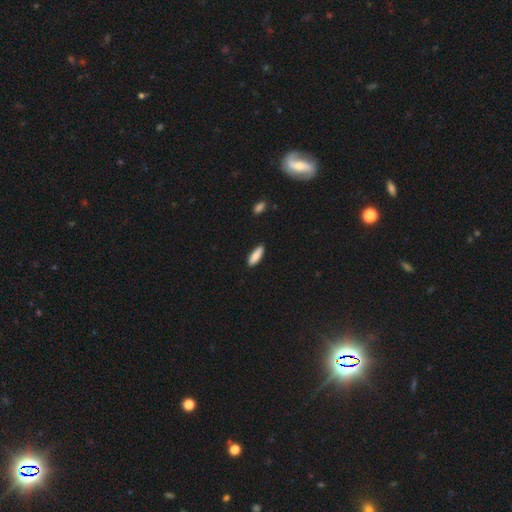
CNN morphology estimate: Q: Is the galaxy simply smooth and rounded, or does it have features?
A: smooth — 87%.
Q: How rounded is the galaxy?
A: in between — 53%.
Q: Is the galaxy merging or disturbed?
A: none — 89%.